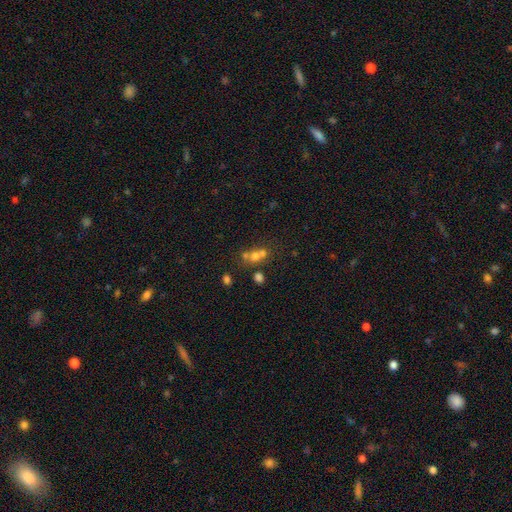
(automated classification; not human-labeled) Smooth or featured? Predicted: smooth (p=0.53). How rounded? Predicted: round (p=0.71). Merging? Predicted: merger (p=0.51).